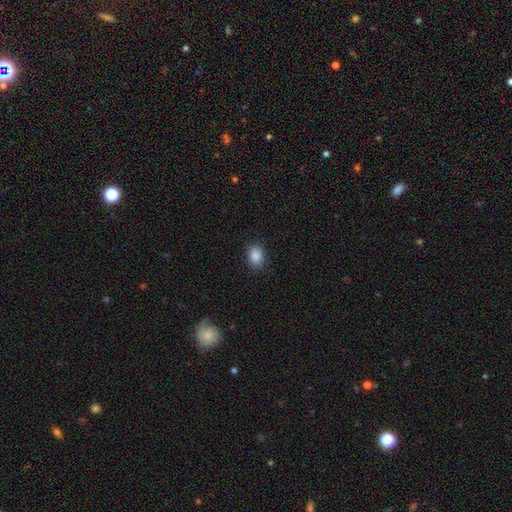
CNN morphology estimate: Smooth or featured?
  - smooth: 88% *
  - star or artifact: 9%
  - featured or disk: 3%
How rounded?
  - in between: 64% *
  - round: 35%
  - cigar-shaped: 1%
Merging?
  - none: 88% *
  - minor disturbance: 9%
  - major disturbance: 2%
  - merger: 1%